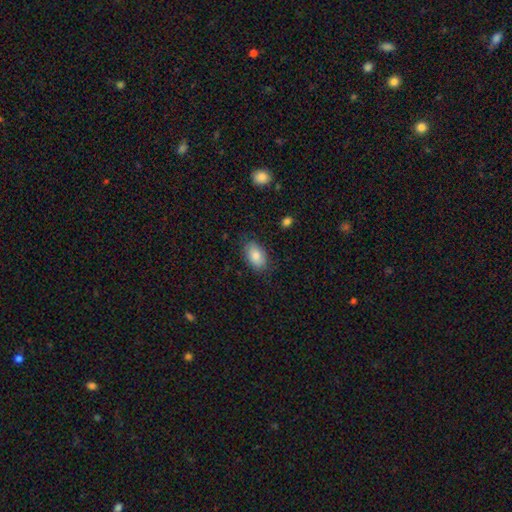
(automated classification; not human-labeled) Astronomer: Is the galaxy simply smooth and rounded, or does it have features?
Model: smooth — 84%.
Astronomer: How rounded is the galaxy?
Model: in between — 91%.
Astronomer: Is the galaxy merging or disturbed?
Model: none — 81%.